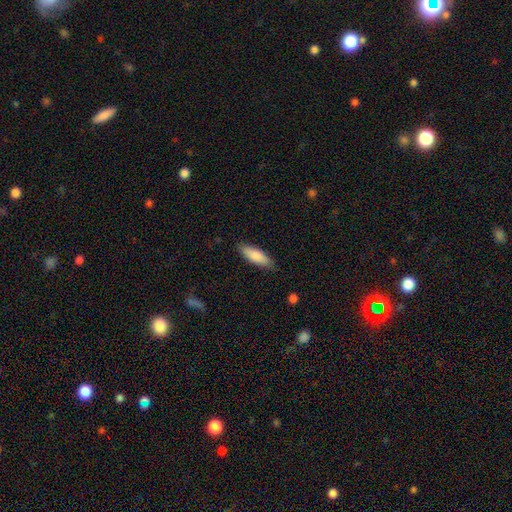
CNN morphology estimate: Smooth or featured?
  - smooth: 82% *
  - featured or disk: 12%
  - star or artifact: 6%
How rounded?
  - in between: 56% *
  - cigar-shaped: 43%
  - round: 2%
Merging?
  - none: 86% *
  - minor disturbance: 11%
  - major disturbance: 2%
  - merger: 1%